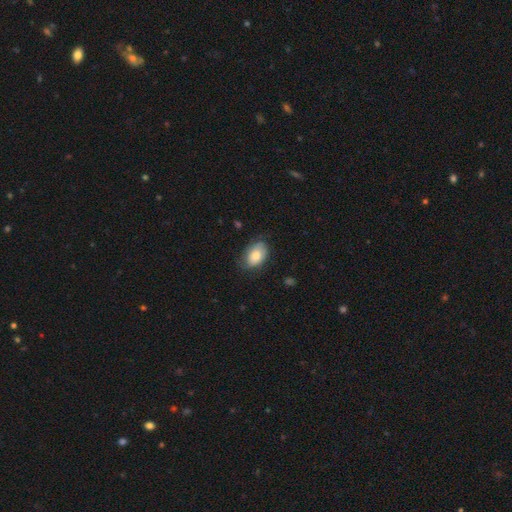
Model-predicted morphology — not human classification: smooth-or-featured: smooth: 79% | featured or disk: 15% | star or artifact: 7%
  how-rounded: in between: 88% | round: 11% | cigar-shaped: 1%
  merging: none: 67% | minor disturbance: 26% | major disturbance: 7% | merger: 1%